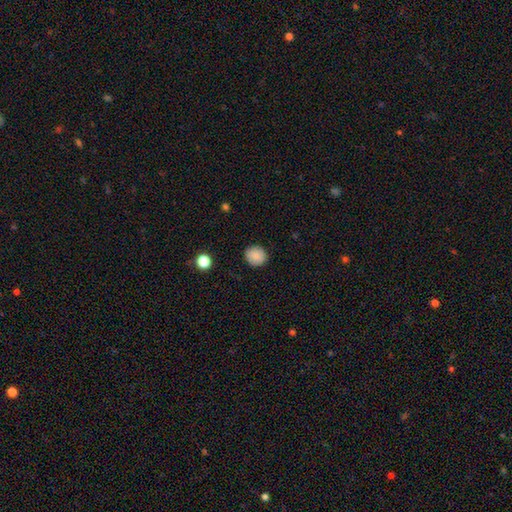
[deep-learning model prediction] Smooth or featured?
  - smooth: 88% *
  - star or artifact: 9%
  - featured or disk: 4%
How rounded?
  - round: 89% *
  - in between: 10%
  - cigar-shaped: 1%
Merging?
  - none: 90% *
  - minor disturbance: 7%
  - major disturbance: 2%
  - merger: 1%